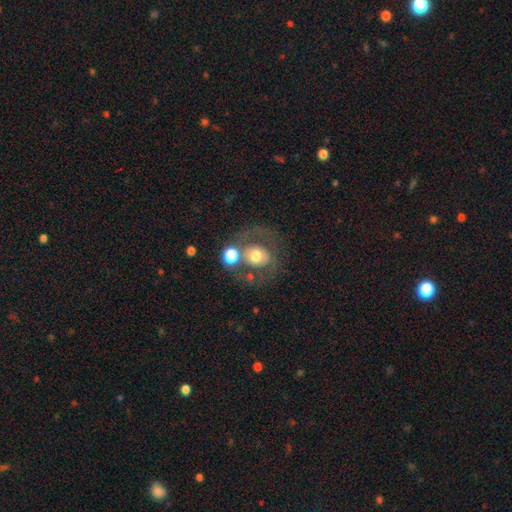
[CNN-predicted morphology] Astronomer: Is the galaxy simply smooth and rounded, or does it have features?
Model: smooth — 46% (runner-up: featured or disk, 44%).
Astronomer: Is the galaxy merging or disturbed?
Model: none — 48%.